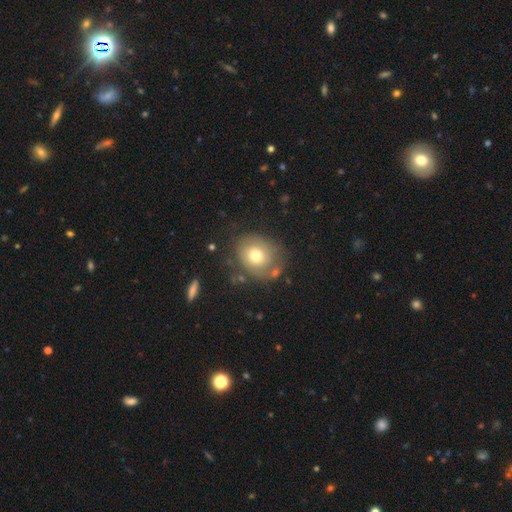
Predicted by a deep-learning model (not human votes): smooth 67%, featured or disk 23%, star or artifact 10%. Down the decision tree: how rounded — round (70%); merging — none (68%).